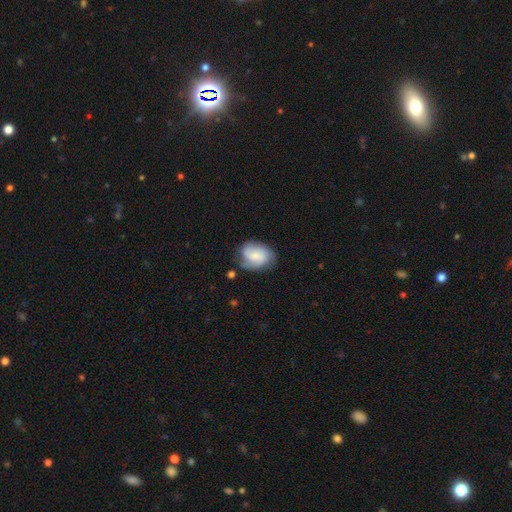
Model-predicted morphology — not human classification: Smooth or featured? Predicted: smooth (p=0.55). How rounded? Predicted: in between (p=0.65). Merging? Predicted: none (p=0.59).